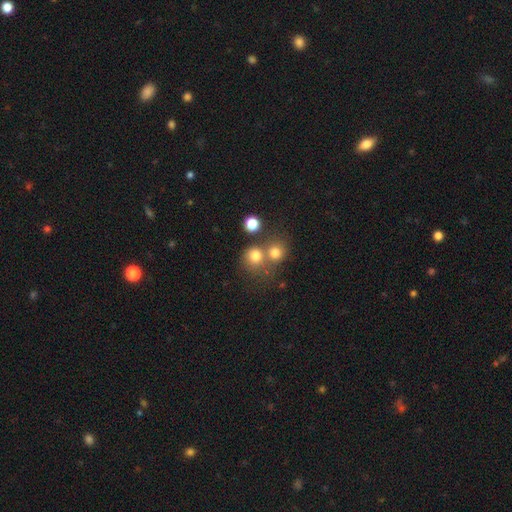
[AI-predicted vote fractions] A smooth galaxy with no disk features (76%) that is round (86%). Merging: none (50%).